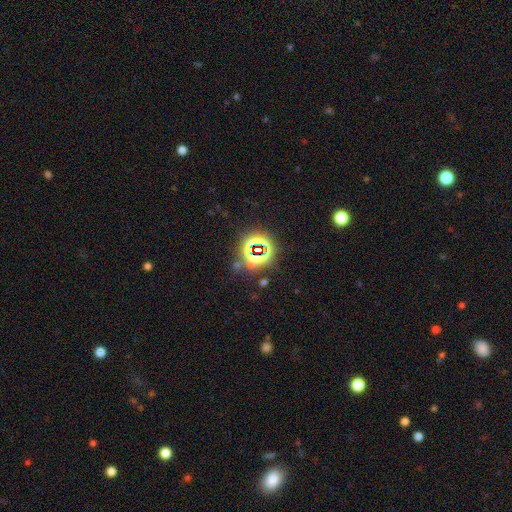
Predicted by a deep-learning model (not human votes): Smooth or featured?
  - star or artifact: 73% *
  - smooth: 18%
  - featured or disk: 10%